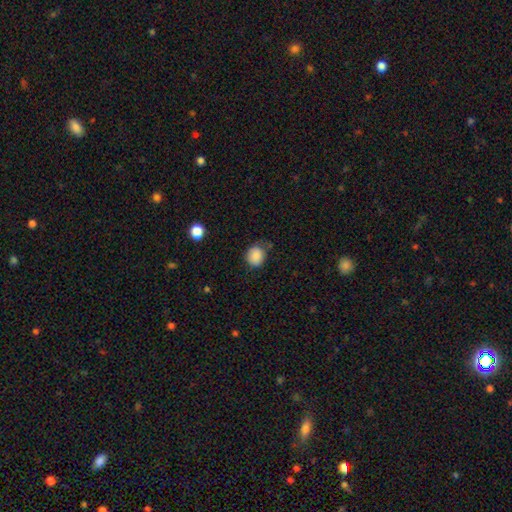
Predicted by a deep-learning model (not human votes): Smooth or featured: smooth — 87% (star or artifact — 9%)
How rounded: round — 71% (in between — 28%)
Merging: none — 71% (minor disturbance — 22%)